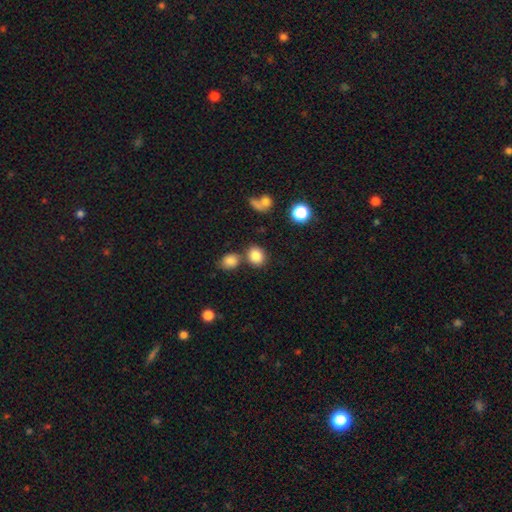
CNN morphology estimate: Q: Smooth or featured?
A: smooth (83%); runner-up: star or artifact (11%)
Q: How rounded?
A: round (63%); runner-up: in between (36%)
Q: Merging?
A: none (67%); runner-up: merger (19%)